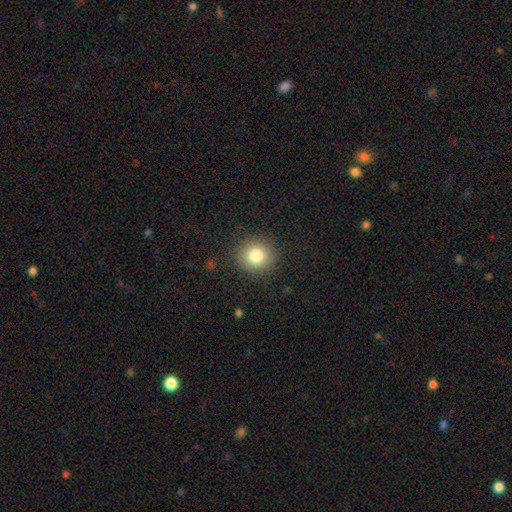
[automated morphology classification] A smooth galaxy with no disk features (82%) that is round (89%). Merging: none (88%).